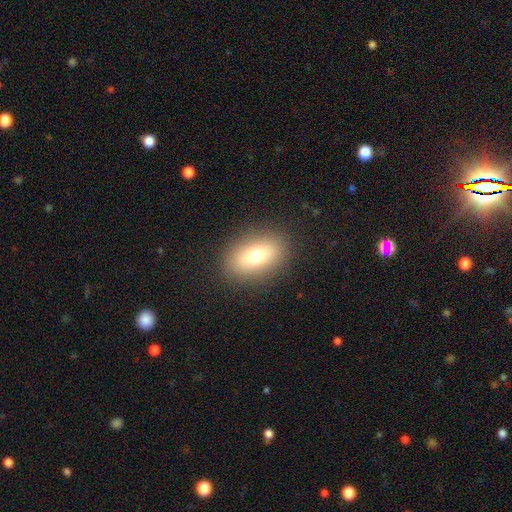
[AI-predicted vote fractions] Q: Smooth or featured?
A: smooth (73%); runner-up: featured or disk (17%)
Q: How rounded?
A: in between (82%); runner-up: round (14%)
Q: Merging?
A: none (88%); runner-up: minor disturbance (8%)